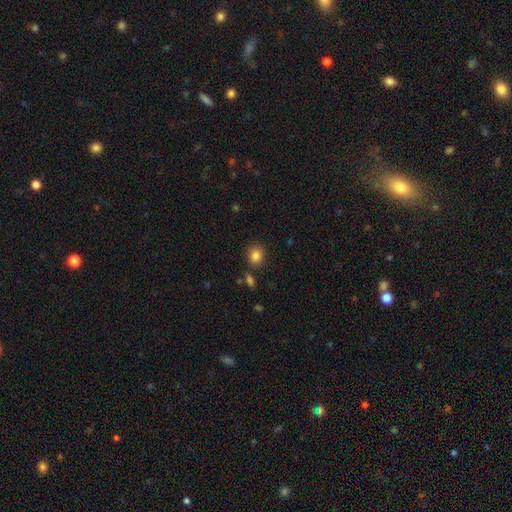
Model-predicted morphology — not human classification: Q: Smooth or featured?
A: smooth (85%); runner-up: star or artifact (11%)
Q: How rounded?
A: round (72%); runner-up: in between (27%)
Q: Merging?
A: none (83%); runner-up: minor disturbance (10%)